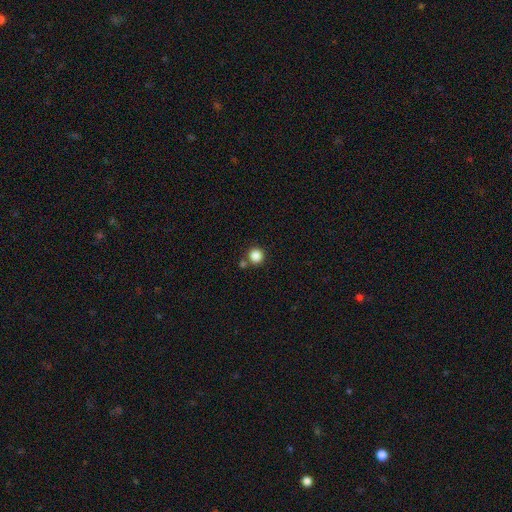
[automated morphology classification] smooth 85%, star or artifact 11%, featured or disk 4%. Down the decision tree: how rounded — round (94%); merging — none (77%).